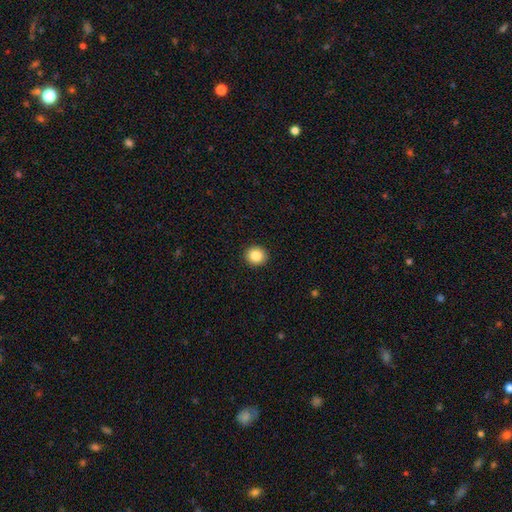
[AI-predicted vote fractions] This appears to be a smooth galaxy with no disk features (87%) that is round (89%). Merging: none (93%).